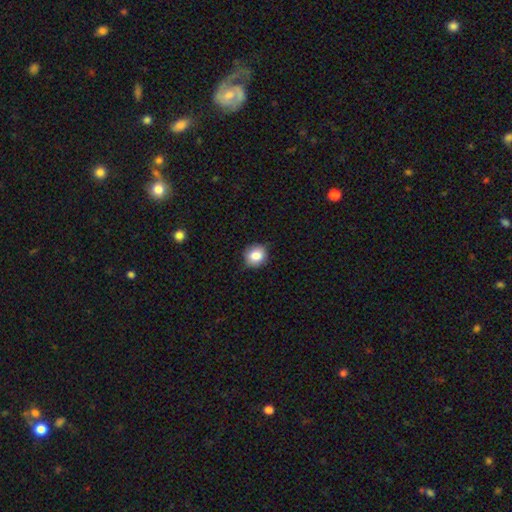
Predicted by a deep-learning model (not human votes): Smooth or featured? Predicted: smooth (p=0.84). How rounded? Predicted: round (p=0.82). Merging? Predicted: none (p=0.84).